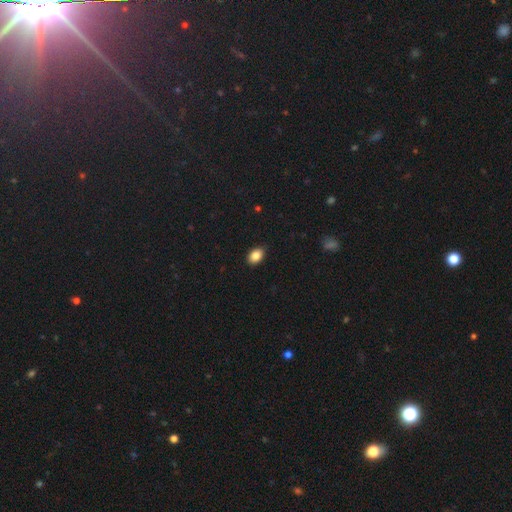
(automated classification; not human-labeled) Smooth or featured? Predicted: smooth (p=0.86). How rounded? Predicted: in between (p=0.82). Merging? Predicted: none (p=0.88).